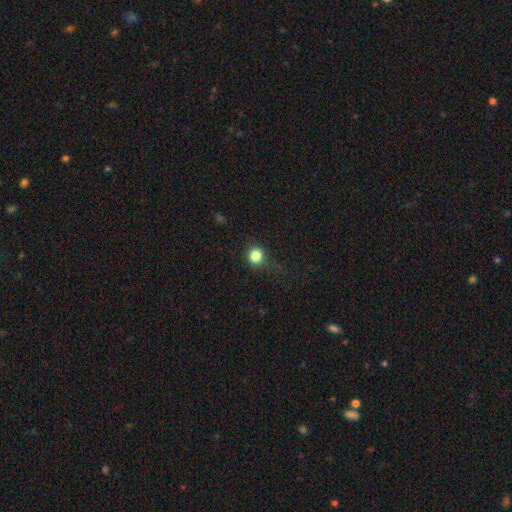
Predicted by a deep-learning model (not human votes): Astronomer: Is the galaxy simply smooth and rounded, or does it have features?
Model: smooth — 84%.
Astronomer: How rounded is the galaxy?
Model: round — 90%.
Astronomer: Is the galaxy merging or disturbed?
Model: none — 79%.